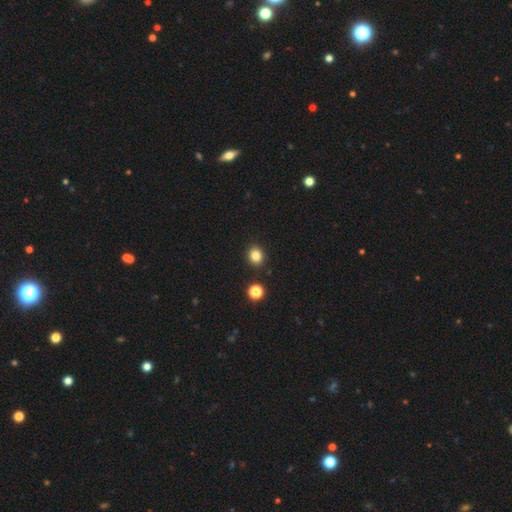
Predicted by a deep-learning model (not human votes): Smooth or featured? Predicted: smooth (p=0.83). How rounded? Predicted: round (p=0.72). Merging? Predicted: none (p=0.89).